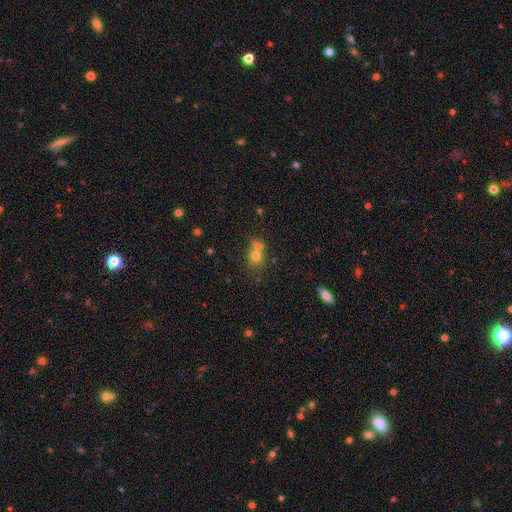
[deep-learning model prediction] Smooth or featured? smooth (70%)
How rounded? round (73%)
Merging? merger (49%)